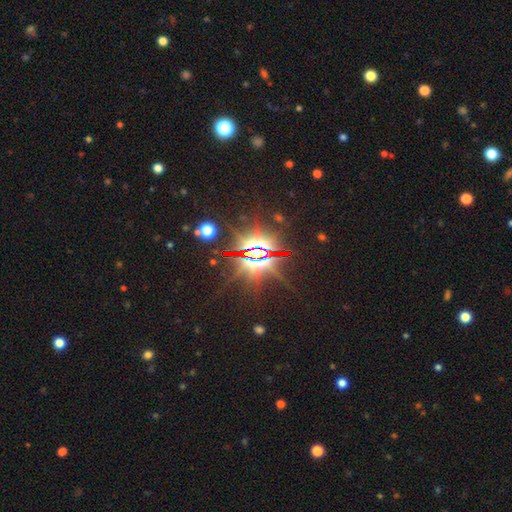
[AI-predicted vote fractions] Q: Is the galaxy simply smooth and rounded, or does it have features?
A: star or artifact — 81%.